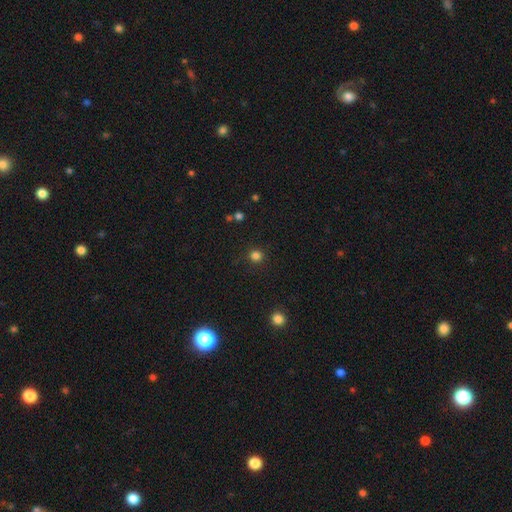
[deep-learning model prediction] smooth-or-featured: smooth: 81% | star or artifact: 15% | featured or disk: 4%
  how-rounded: round: 93% | in between: 6% | cigar-shaped: 1%
  merging: none: 89% | minor disturbance: 7% | major disturbance: 3% | merger: 2%